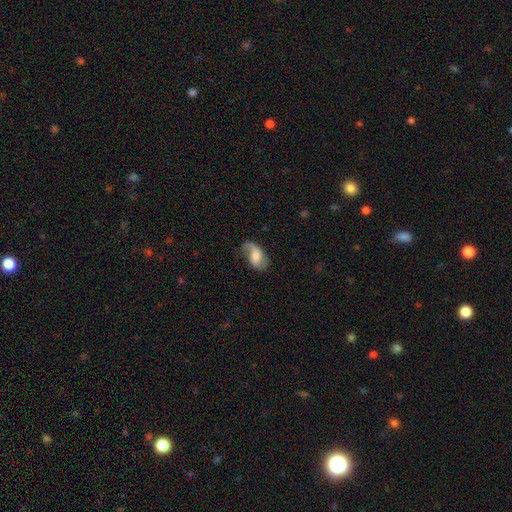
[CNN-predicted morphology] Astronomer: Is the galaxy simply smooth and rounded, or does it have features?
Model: featured or disk — 59%.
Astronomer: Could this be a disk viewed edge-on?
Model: no — 96%.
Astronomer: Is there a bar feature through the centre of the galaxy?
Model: no — 47% (runner-up: weak, 40%).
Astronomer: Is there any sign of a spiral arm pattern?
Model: yes — 89%.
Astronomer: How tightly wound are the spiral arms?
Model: loose — 60%.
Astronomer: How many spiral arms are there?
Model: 2 — 63%.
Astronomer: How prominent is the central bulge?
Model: moderate — 47% (runner-up: small, 26%).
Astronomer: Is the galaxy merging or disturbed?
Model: none — 54%.